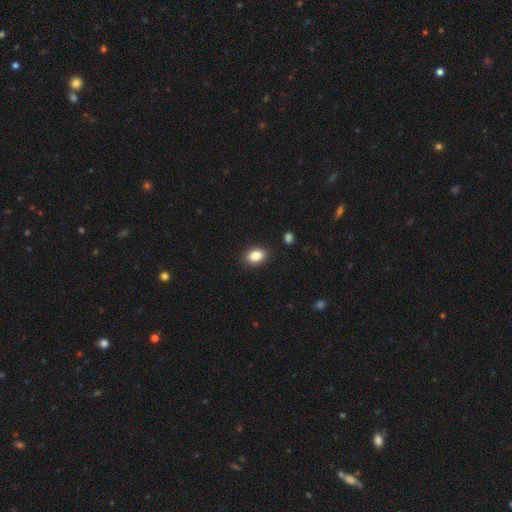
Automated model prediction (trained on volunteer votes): smooth 85%, star or artifact 9%, featured or disk 6%. Down the decision tree: how rounded — in between (80%); merging — none (89%).